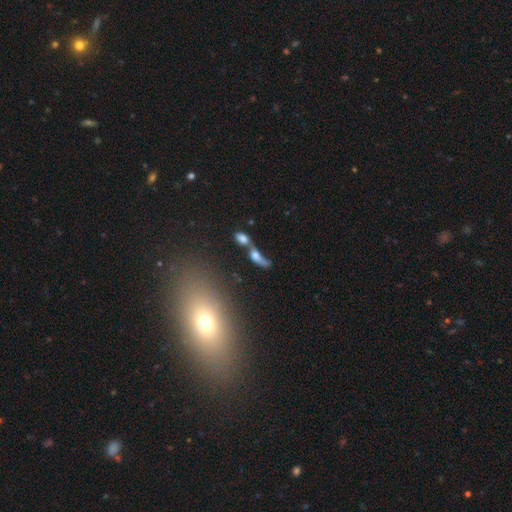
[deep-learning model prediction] A smooth galaxy with no disk features (48%).

Vote fractions:
- Smooth or featured? smooth: 48% / featured or disk: 38% / star or artifact: 14%
- Merging? merger: 61% / none: 20% / major disturbance: 11% / minor disturbance: 9%